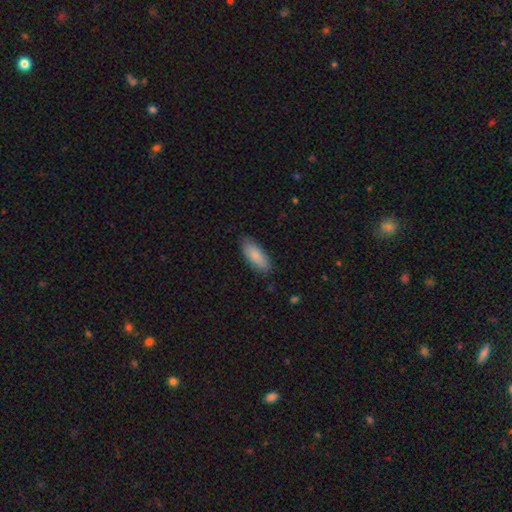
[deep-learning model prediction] Overall: smooth (86%). How rounded: in between (74%). Merging: none (84%).